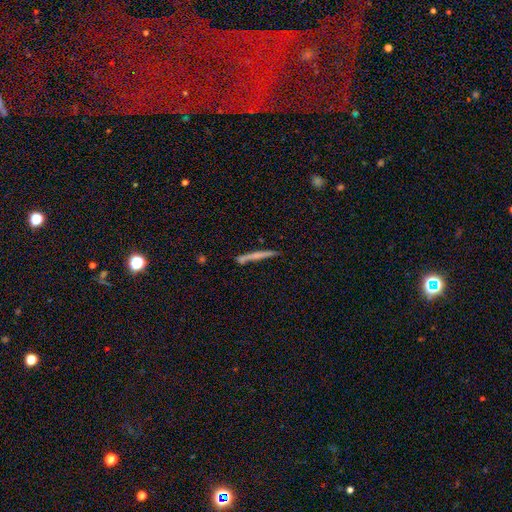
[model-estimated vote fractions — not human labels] A smooth galaxy with no disk features (53%) that is cigar-shaped (96%). Merging: none (80%).